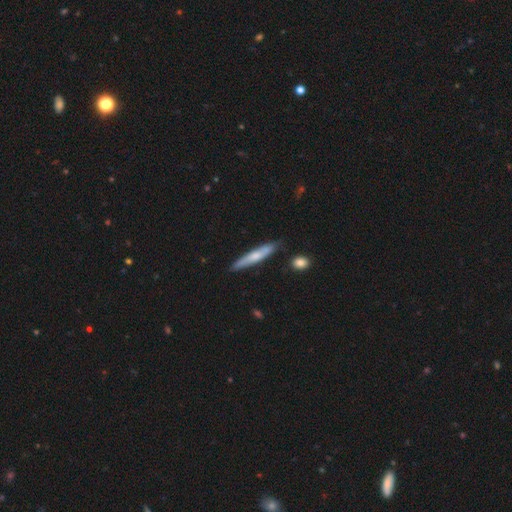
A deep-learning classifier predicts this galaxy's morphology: Smooth or featured?
  - smooth: 57% *
  - featured or disk: 38%
  - star or artifact: 5%
How rounded?
  - cigar-shaped: 91% *
  - in between: 7%
  - round: 2%
Merging?
  - none: 81% *
  - minor disturbance: 14%
  - merger: 3%
  - major disturbance: 2%